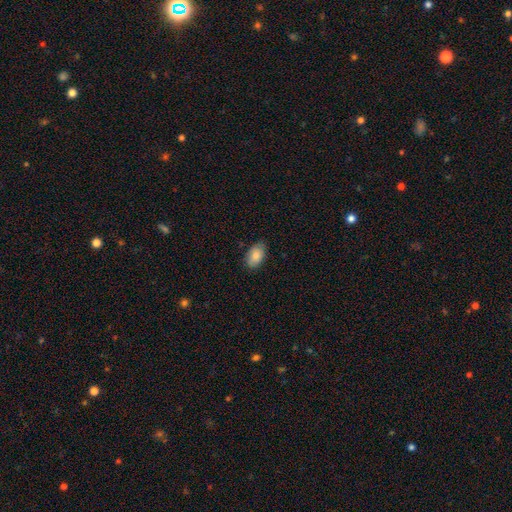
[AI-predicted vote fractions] smooth 86%, featured or disk 8%, star or artifact 6%. Down the decision tree: how rounded — in between (93%); merging — none (80%).